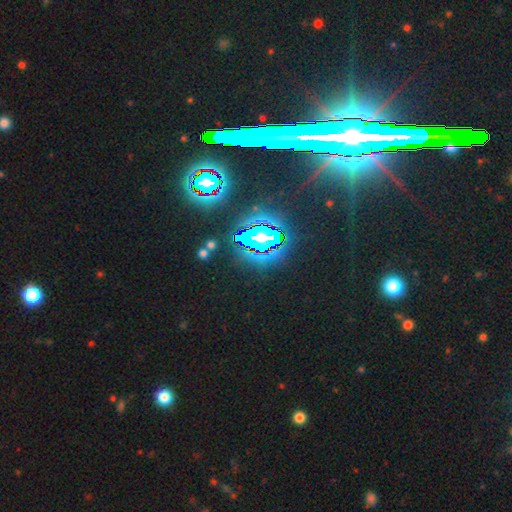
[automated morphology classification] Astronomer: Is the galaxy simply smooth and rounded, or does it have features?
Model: star or artifact — 83%.